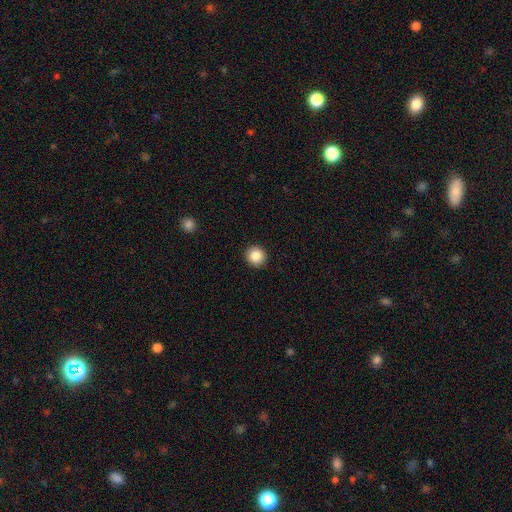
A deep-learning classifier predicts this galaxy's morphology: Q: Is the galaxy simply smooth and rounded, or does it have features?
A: smooth — 86%.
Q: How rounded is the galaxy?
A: round — 94%.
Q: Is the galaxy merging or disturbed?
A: none — 94%.